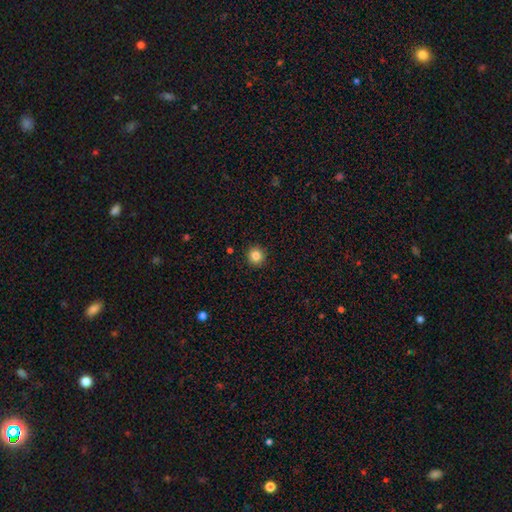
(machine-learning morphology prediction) Smooth or featured: smooth — 84% (star or artifact — 11%)
How rounded: round — 94% (in between — 5%)
Merging: none — 92% (minor disturbance — 5%)